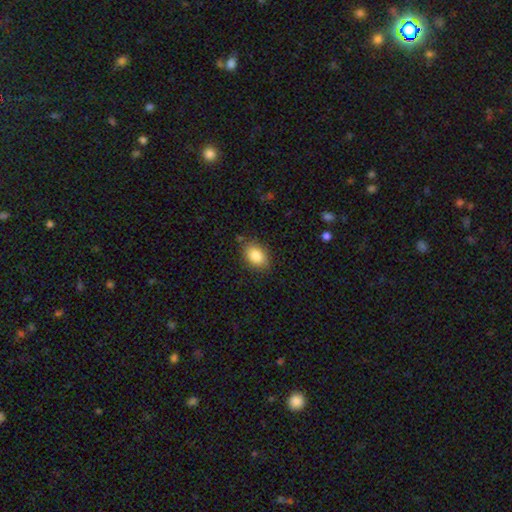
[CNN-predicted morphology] smooth-or-featured: smooth: 86% | star or artifact: 8% | featured or disk: 6%
  how-rounded: in between: 84% | round: 14% | cigar-shaped: 1%
  merging: none: 83% | minor disturbance: 13% | major disturbance: 3% | merger: 2%